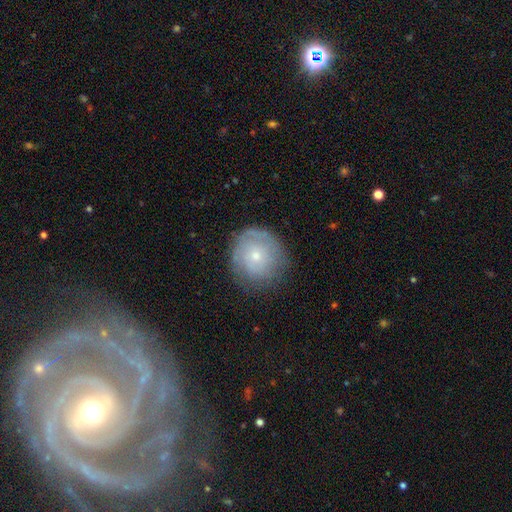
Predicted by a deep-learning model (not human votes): smooth_or_featured: smooth (p=0.51) [alt: featured or disk p=0.40]
how_rounded: round (p=0.87) [alt: in between p=0.12]
merging: none (p=0.73) [alt: minor disturbance p=0.19]